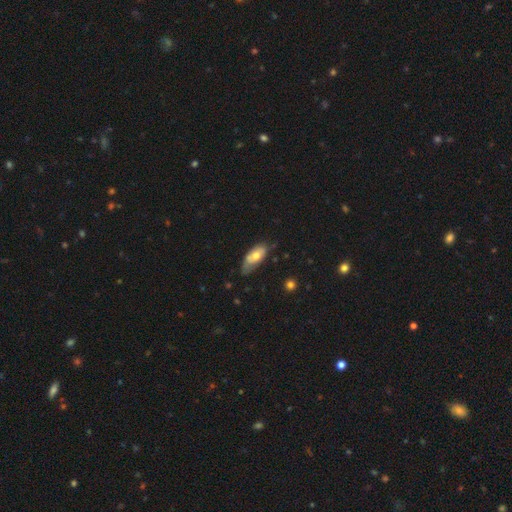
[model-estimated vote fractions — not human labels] Q: Smooth or featured?
A: smooth (60%); runner-up: featured or disk (34%)
Q: How rounded?
A: in between (85%); runner-up: cigar-shaped (13%)
Q: Merging?
A: none (49%); runner-up: minor disturbance (37%)